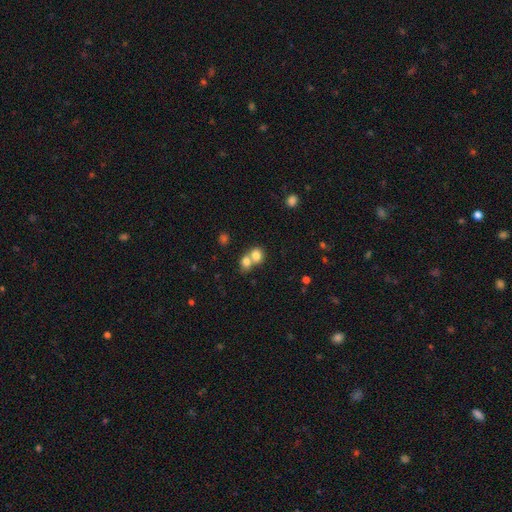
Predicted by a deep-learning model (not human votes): Overall: smooth (79%). How rounded: round (65%; in between 34%). Merging: merger (62%; none 30%).